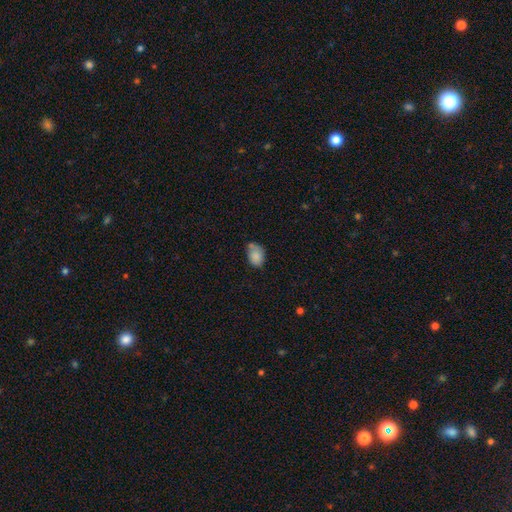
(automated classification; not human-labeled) A smooth galaxy with no disk features (83%) that is in between round and cigar-shaped (78%). Merging: none (50%).